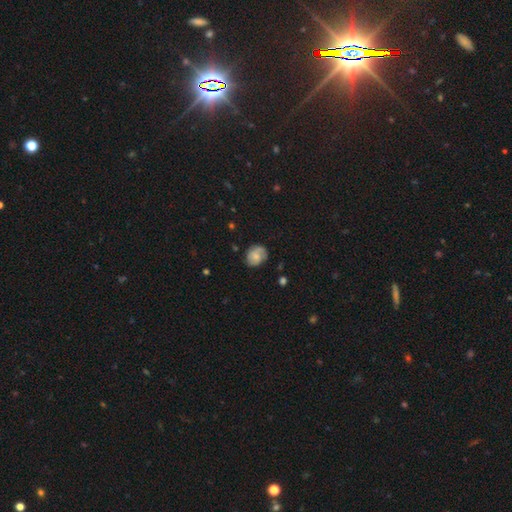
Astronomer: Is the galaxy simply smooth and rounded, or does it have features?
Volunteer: smooth — 52% (runner-up: featured or disk, 35%).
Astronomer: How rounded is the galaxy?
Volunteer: round — 67%.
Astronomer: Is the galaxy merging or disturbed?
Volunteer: none — 66%.